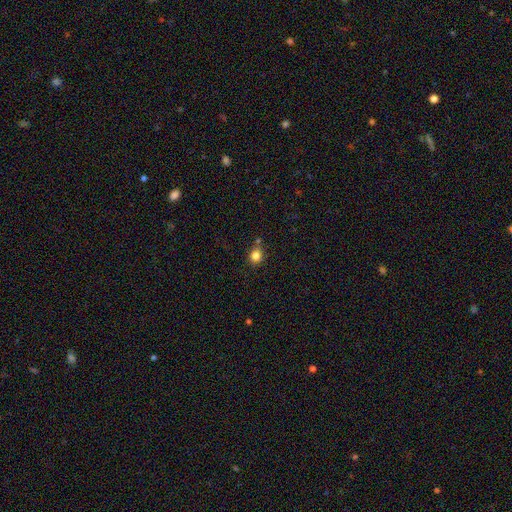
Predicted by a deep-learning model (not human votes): Smooth or featured?
  - smooth: 82% *
  - star or artifact: 12%
  - featured or disk: 6%
How rounded?
  - round: 71% *
  - in between: 28%
  - cigar-shaped: 1%
Merging?
  - none: 74% *
  - minor disturbance: 14%
  - merger: 9%
  - major disturbance: 3%